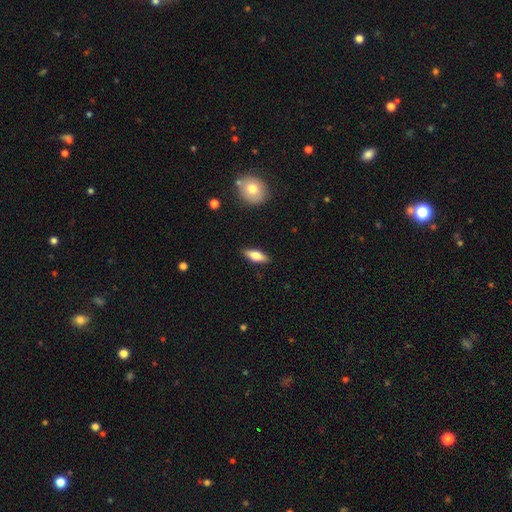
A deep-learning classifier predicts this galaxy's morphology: Smooth or featured: smooth — 67% (featured or disk — 27%)
How rounded: in between — 62% (cigar-shaped — 35%)
Merging: none — 88% (minor disturbance — 9%)